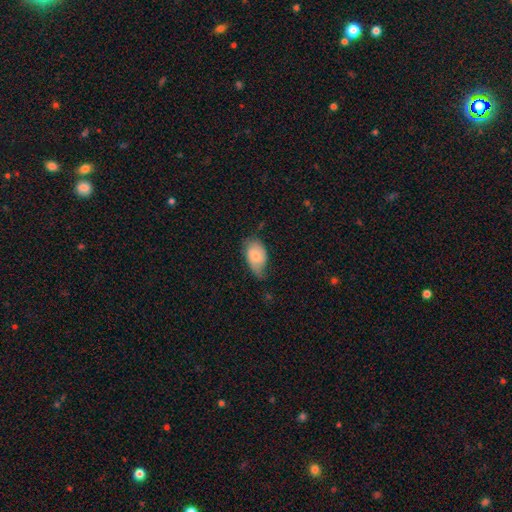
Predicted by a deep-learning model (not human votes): A smooth galaxy with no disk features (70%) that is in between round and cigar-shaped (89%). Merging: none (44%).